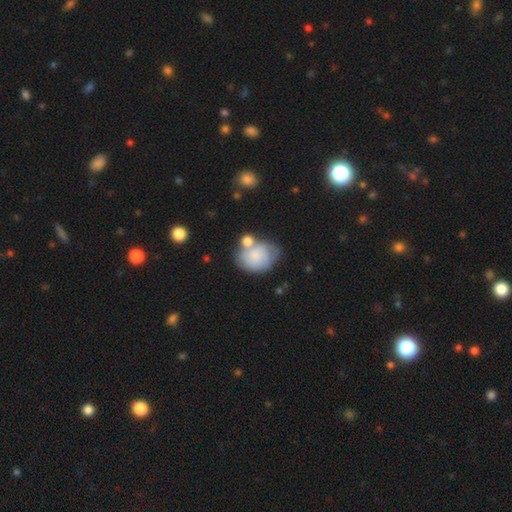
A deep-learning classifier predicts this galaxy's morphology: Smooth or featured: smooth — 69% (featured or disk — 23%)
How rounded: in between — 58% (round — 41%)
Merging: none — 38% (merger — 27%)